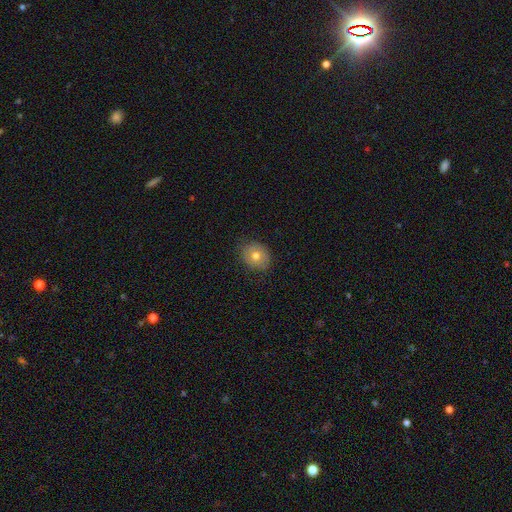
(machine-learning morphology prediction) smooth_or_featured: smooth (p=0.73) [alt: featured or disk p=0.17]
how_rounded: round (p=0.66) [alt: in between p=0.33]
merging: none (p=0.82) [alt: minor disturbance p=0.14]